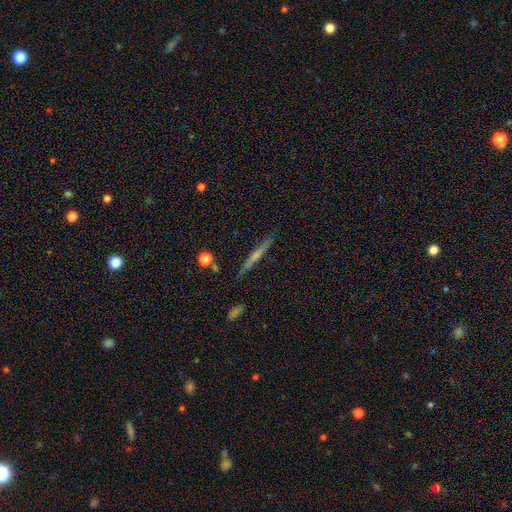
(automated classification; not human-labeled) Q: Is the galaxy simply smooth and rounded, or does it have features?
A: featured or disk — 61%.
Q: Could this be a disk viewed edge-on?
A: yes — 97%.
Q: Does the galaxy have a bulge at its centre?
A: rounded — 48%.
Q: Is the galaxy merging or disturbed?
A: none — 87%.